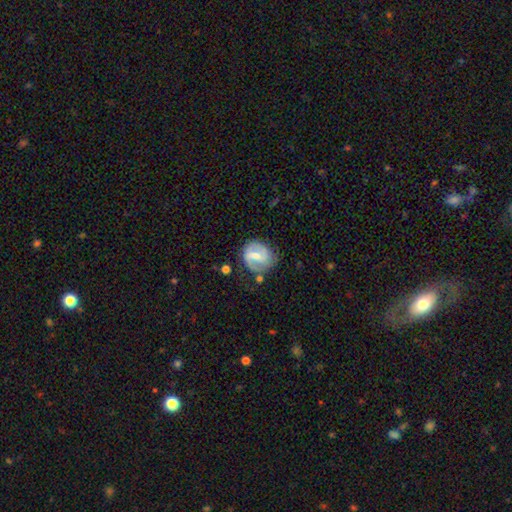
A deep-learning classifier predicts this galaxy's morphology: The model was most divided on "spiral winding": medium: 43%, tight: 37%, loose: 20%. More confident: edge-on disk — no (97%); spiral arms — yes (87%); spiral arm count — 2 (77%); smooth or featured — featured or disk (70%); merging — none (67%); bulge size — moderate (51%); bar — weak (50%).